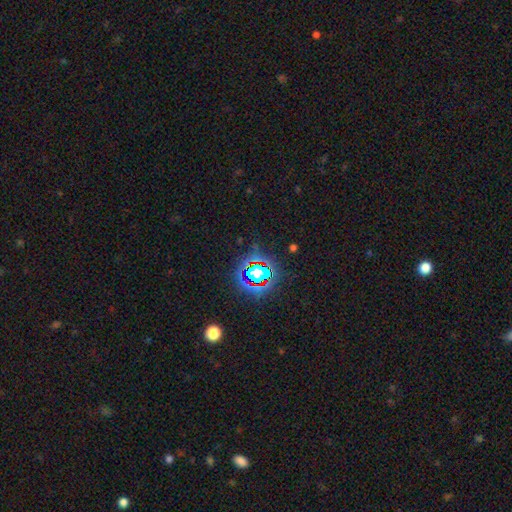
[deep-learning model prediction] Q: Smooth or featured?
A: star or artifact (78%); runner-up: smooth (13%)